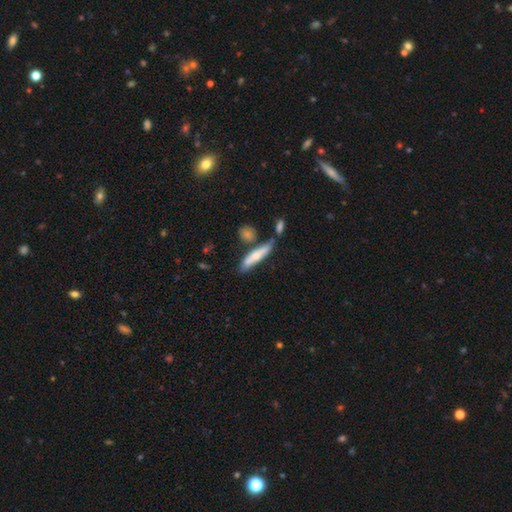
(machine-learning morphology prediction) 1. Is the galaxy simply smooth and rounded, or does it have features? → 60% smooth, 34% featured or disk, 6% star or artifact.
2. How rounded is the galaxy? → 79% cigar-shaped, 19% in between, 2% round.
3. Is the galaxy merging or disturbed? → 66% none, 16% minor disturbance, 14% merger, 4% major disturbance.